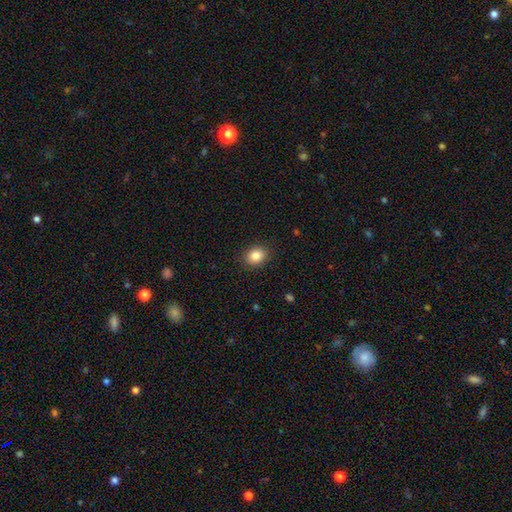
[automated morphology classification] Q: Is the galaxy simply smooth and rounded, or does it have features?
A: smooth — 85%.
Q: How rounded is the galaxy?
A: in between — 51%.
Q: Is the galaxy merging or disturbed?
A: none — 89%.